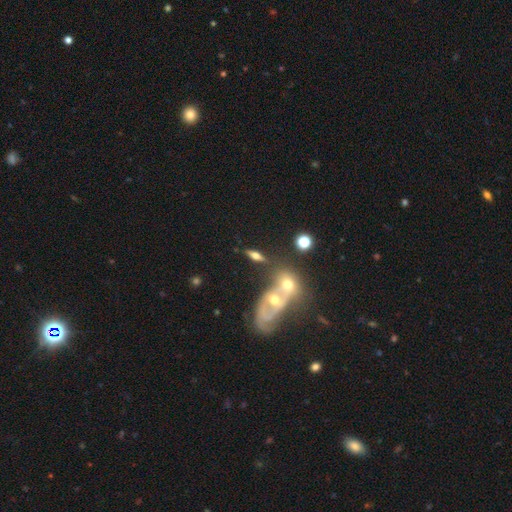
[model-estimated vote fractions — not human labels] Smooth or featured?
  - featured or disk: 52% *
  - smooth: 38%
  - star or artifact: 11%
Edge-on disk?
  - yes: 69% *
  - no: 31%
Merging?
  - none: 54% *
  - merger: 25%
  - minor disturbance: 14%
  - major disturbance: 7%